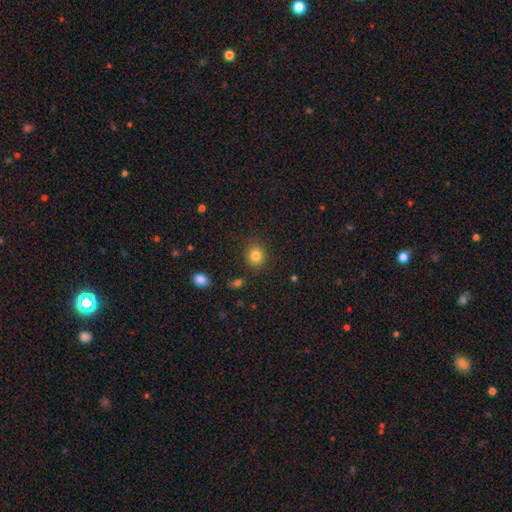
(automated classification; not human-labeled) Overall: smooth (83%). How rounded: round (73%). Merging: none (86%).